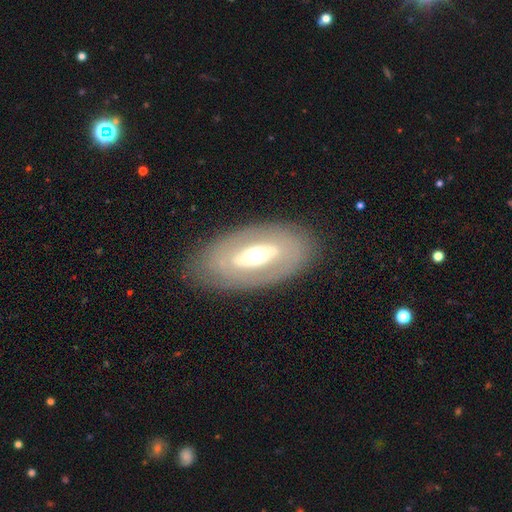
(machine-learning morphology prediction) Smooth or featured?
  - featured or disk: 64% *
  - smooth: 29%
  - star or artifact: 6%
Edge-on disk?
  - no: 87% *
  - yes: 13%
Bar?
  - no: 44% *
  - strong: 29%
  - weak: 28%
Spiral arms?
  - no: 75% *
  - yes: 25%
Bulge size?
  - moderate: 63% *
  - small: 19%
  - large: 15%
  - dominant: 2%
  - none: 1%
Merging?
  - none: 82% *
  - minor disturbance: 11%
  - major disturbance: 5%
  - merger: 1%